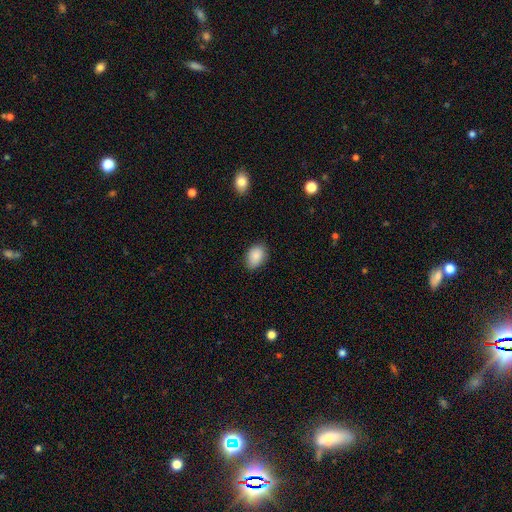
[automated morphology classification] Smooth or featured? Predicted: smooth (p=0.88). How rounded? Predicted: in between (p=0.80). Merging? Predicted: none (p=0.79).